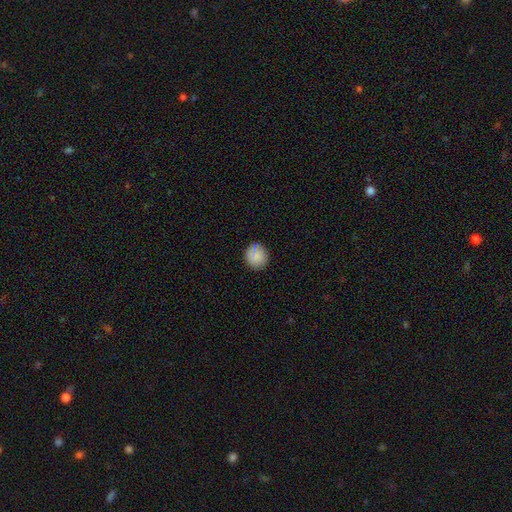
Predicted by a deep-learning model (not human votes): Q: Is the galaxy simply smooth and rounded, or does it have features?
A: smooth — 88%.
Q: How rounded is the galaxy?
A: round — 90%.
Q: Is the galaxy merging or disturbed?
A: none — 88%.